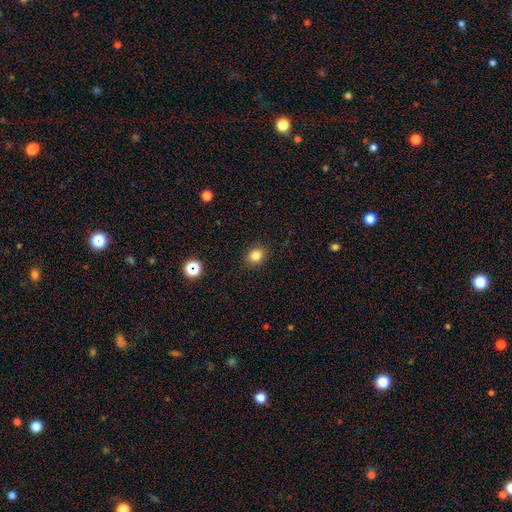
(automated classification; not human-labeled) This appears to be a smooth galaxy with no disk features (82%) that is in between round and cigar-shaped (50%). Merging: none (88%).